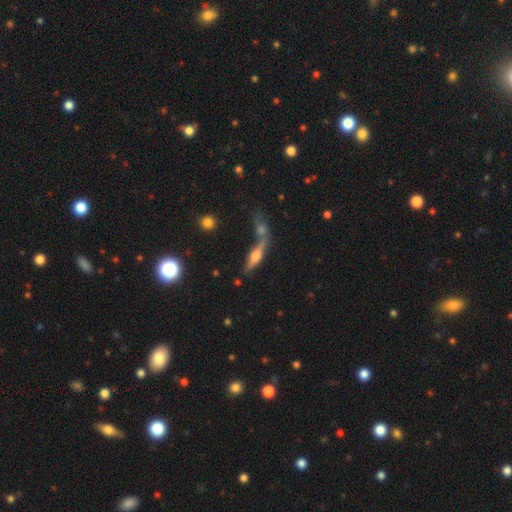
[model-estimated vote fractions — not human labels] Q: Smooth or featured?
A: featured or disk (51%); runner-up: smooth (39%)
Q: Edge-on disk?
A: yes (86%); runner-up: no (14%)
Q: Merging?
A: merger (42%); runner-up: none (40%)